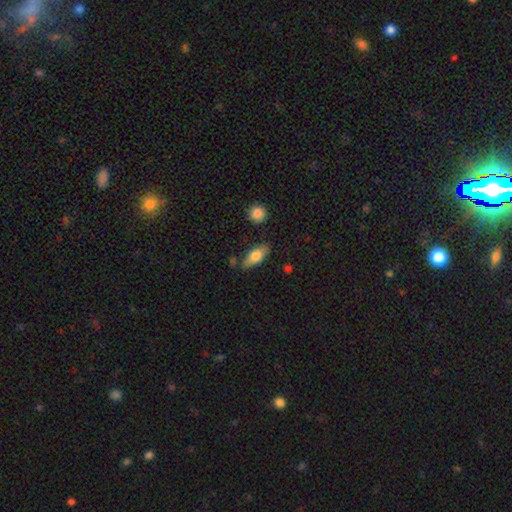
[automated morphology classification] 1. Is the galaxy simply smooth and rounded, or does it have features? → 74% smooth, 20% featured or disk, 7% star or artifact.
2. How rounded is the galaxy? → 76% in between, 21% cigar-shaped, 3% round.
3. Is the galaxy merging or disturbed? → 75% none, 17% minor disturbance, 5% merger, 4% major disturbance.